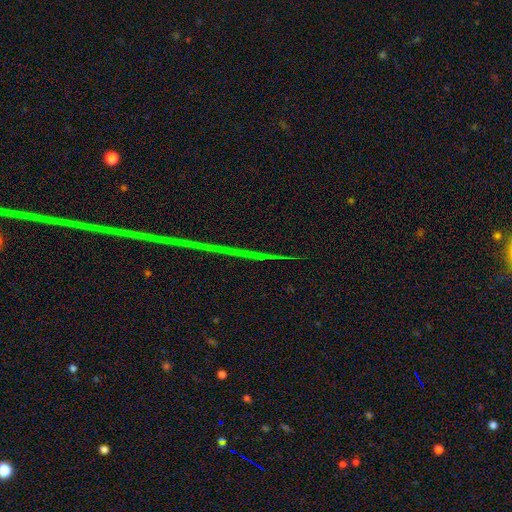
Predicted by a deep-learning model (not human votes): A star or artifact, not a galaxy (87%).